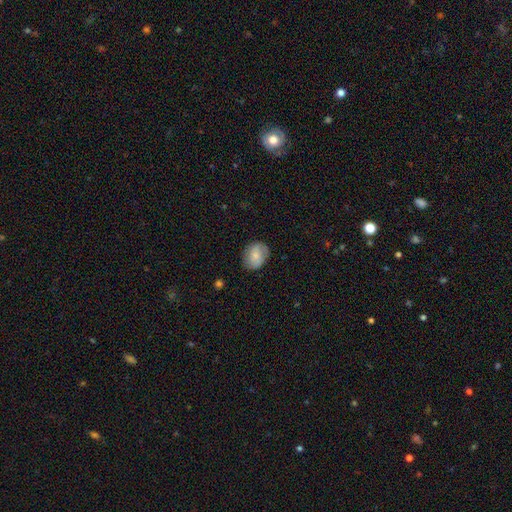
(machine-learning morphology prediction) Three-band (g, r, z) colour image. It shows a smooth galaxy with no disk features (65%) that is in between round and cigar-shaped (55%). Merging: none (75%).